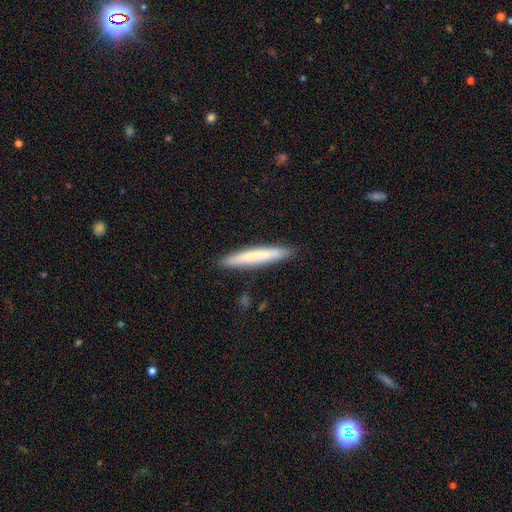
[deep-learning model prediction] smooth-or-featured: smooth: 69% | featured or disk: 25% | star or artifact: 6%
  how-rounded: cigar-shaped: 95% | in between: 4% | round: 1%
  merging: none: 89% | minor disturbance: 8% | major disturbance: 1% | merger: 1%